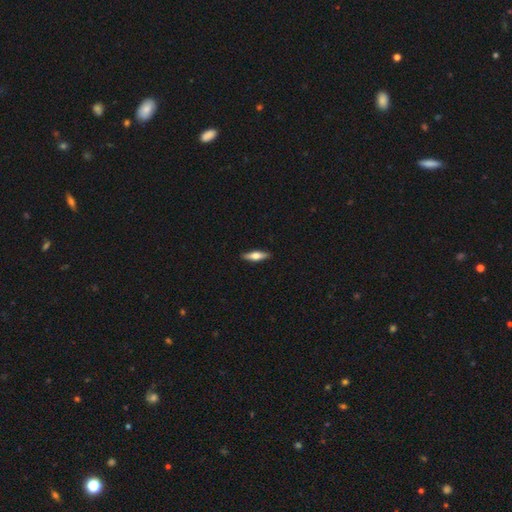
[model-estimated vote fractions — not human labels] Morphology: type=smooth (53%); roundness=cigar-shaped (60%); merging=none (90%).